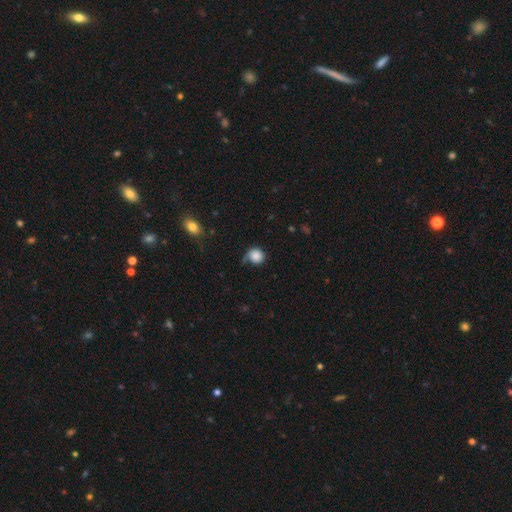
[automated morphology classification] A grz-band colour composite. It shows a smooth galaxy with no disk features (83%) that is round (89%). Merging: none (52%).